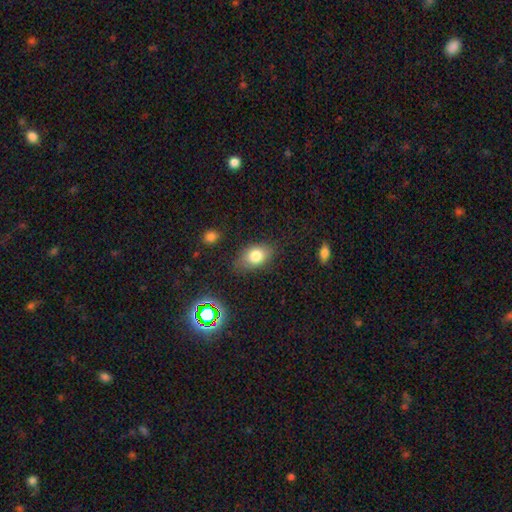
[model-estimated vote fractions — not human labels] Morphology: type=smooth (78%); roundness=in between (79%); merging=none (76%).